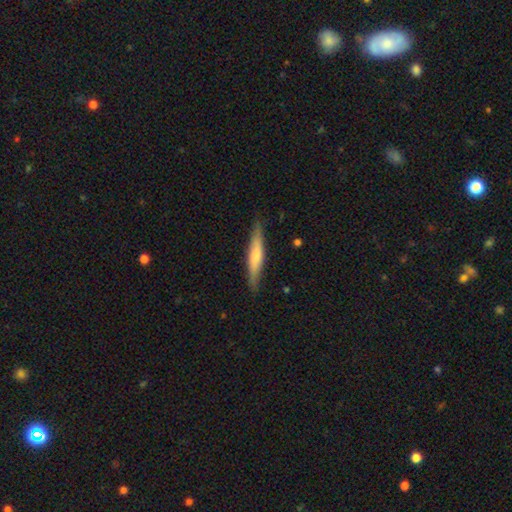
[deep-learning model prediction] Smooth or featured: smooth — 59% (featured or disk — 35%)
How rounded: cigar-shaped — 91% (in between — 8%)
Merging: none — 87% (minor disturbance — 10%)